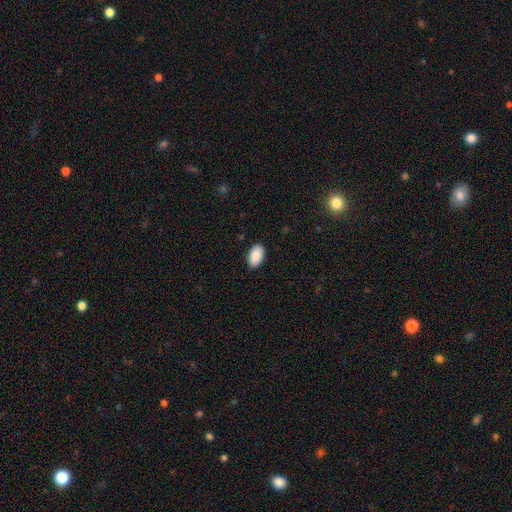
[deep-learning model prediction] Q: Smooth or featured?
A: smooth (85%); runner-up: featured or disk (8%)
Q: How rounded?
A: in between (94%); runner-up: round (5%)
Q: Merging?
A: none (89%); runner-up: minor disturbance (9%)